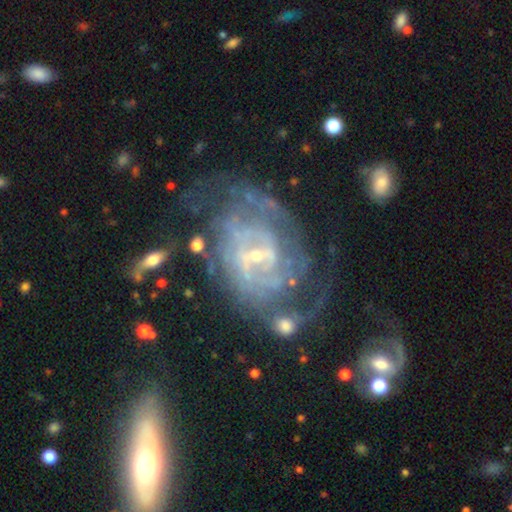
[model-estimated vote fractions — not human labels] This appears to be a featured or disk galaxy (84%) with a weak bar (47%), tight (56%) spiral arms (86%) and a small central bulge (76%). Merging: none (50%).